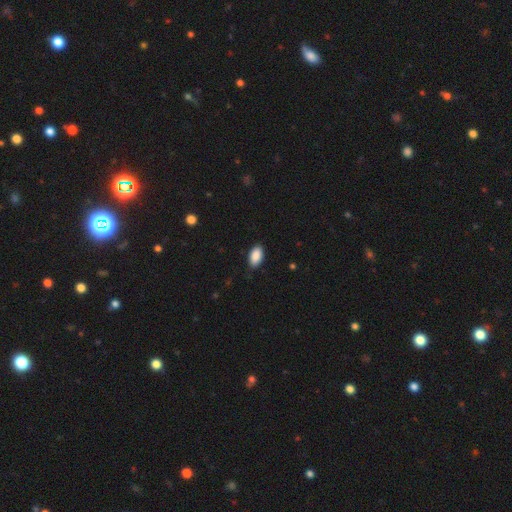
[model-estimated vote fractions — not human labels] smooth 90%, star or artifact 7%, featured or disk 3%. Down the decision tree: how rounded — in between (94%); merging — none (85%).